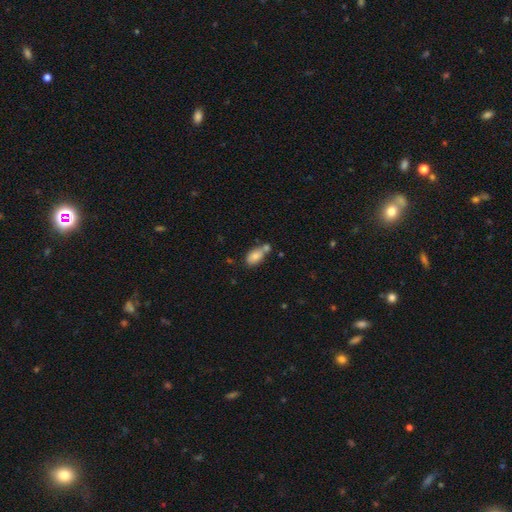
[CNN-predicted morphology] smooth-or-featured: smooth: 79% | featured or disk: 13% | star or artifact: 8%
  how-rounded: in between: 89% | round: 7% | cigar-shaped: 4%
  merging: merger: 40% | none: 38% | minor disturbance: 16% | major disturbance: 6%